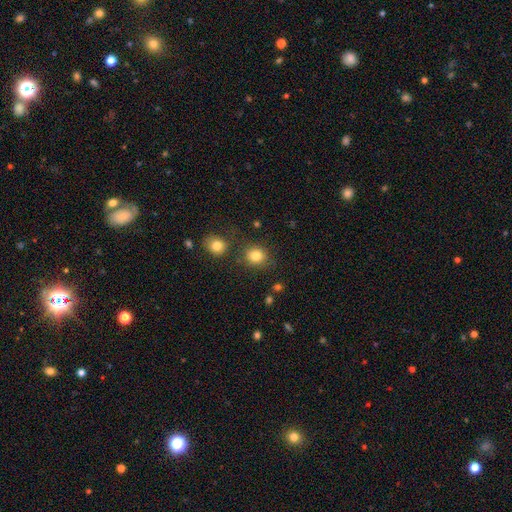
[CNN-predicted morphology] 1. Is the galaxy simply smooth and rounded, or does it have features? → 82% smooth, 12% star or artifact, 6% featured or disk.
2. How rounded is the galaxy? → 78% round, 21% in between, 1% cigar-shaped.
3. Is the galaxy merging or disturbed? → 78% none, 11% minor disturbance, 7% merger, 4% major disturbance.